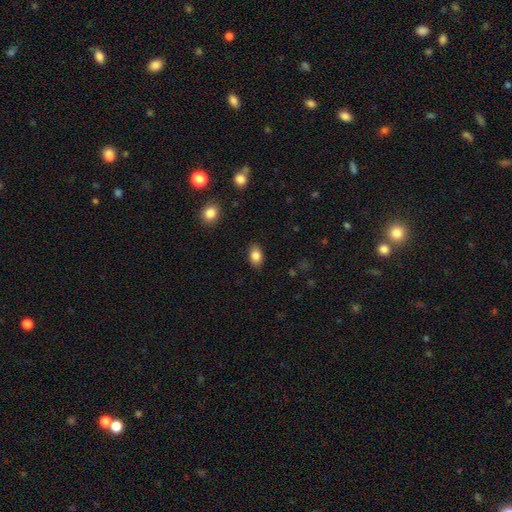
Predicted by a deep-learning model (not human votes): Overall: smooth (84%). How rounded: in between (84%). Merging: none (87%).